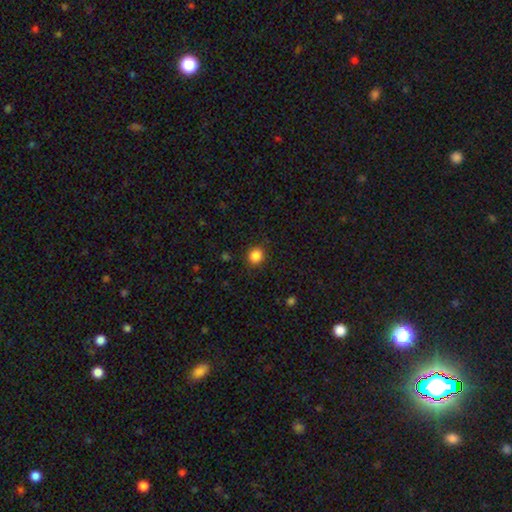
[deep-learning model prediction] Overall: smooth (86%). How rounded: round (83%). Merging: none (88%).